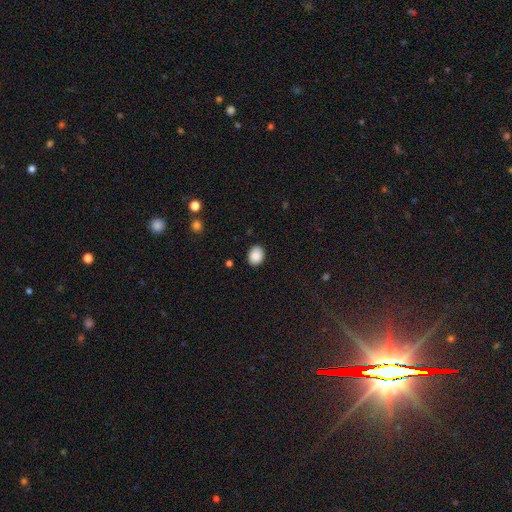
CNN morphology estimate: Q: Smooth or featured?
A: smooth (89%); runner-up: star or artifact (8%)
Q: How rounded?
A: in between (54%); runner-up: round (46%)
Q: Merging?
A: none (88%); runner-up: minor disturbance (8%)